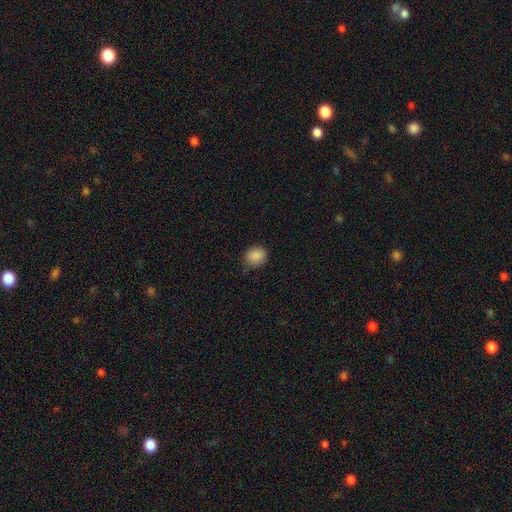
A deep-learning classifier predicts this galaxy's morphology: Smooth or featured? smooth (88%)
How rounded? round (74%)
Merging? none (78%)